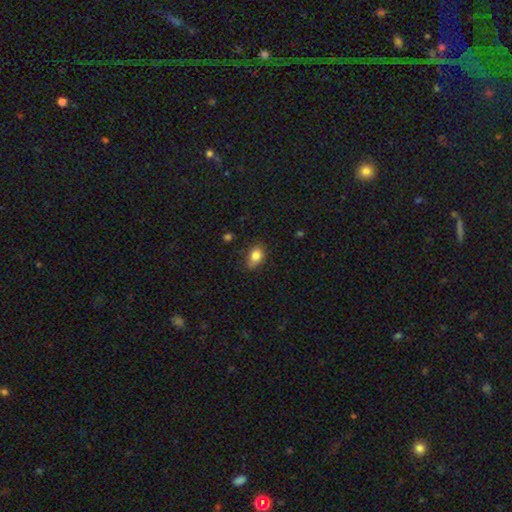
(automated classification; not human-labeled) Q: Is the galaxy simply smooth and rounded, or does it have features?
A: smooth — 83%.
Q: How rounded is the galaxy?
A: in between — 72%.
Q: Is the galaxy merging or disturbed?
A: none — 67%.